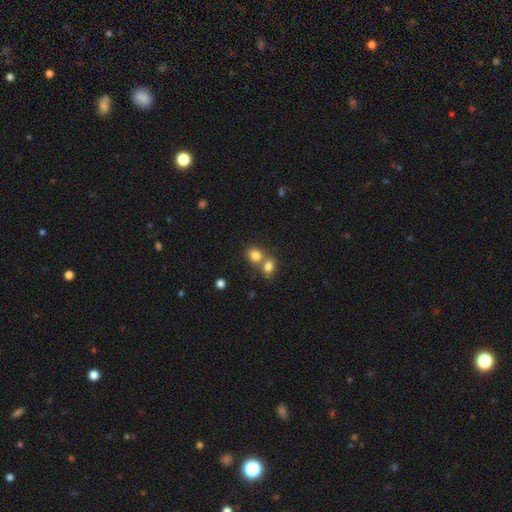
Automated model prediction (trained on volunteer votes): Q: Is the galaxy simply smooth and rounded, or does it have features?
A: smooth — 80%.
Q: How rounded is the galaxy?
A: round — 65%.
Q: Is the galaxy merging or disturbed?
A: merger — 51%.